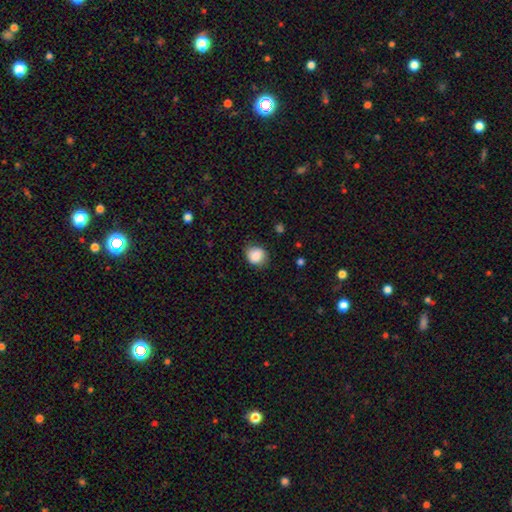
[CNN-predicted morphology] A smooth galaxy with no disk features (83%) that is round (65%).

Vote fractions:
- Smooth or featured? smooth: 83% / featured or disk: 9% / star or artifact: 8%
- How rounded? round: 65% / in between: 34% / cigar-shaped: 1%
- Merging? none: 75% / minor disturbance: 19% / major disturbance: 5% / merger: 1%